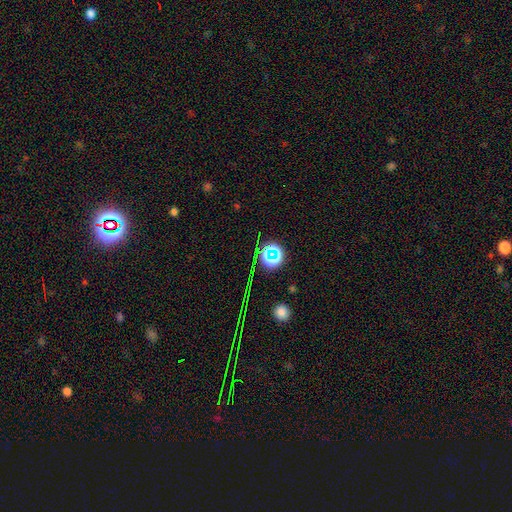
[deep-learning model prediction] Morphology: type=star or artifact (73%).